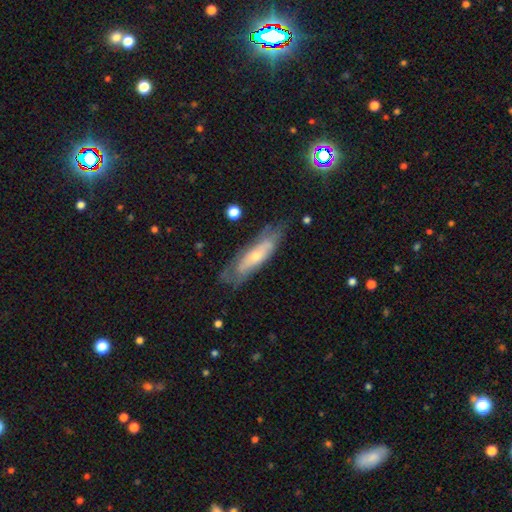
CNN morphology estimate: This is possibly a featured or disk galaxy (57%). It is likely not viewed edge-on (63%). Merging: likely none (66%).